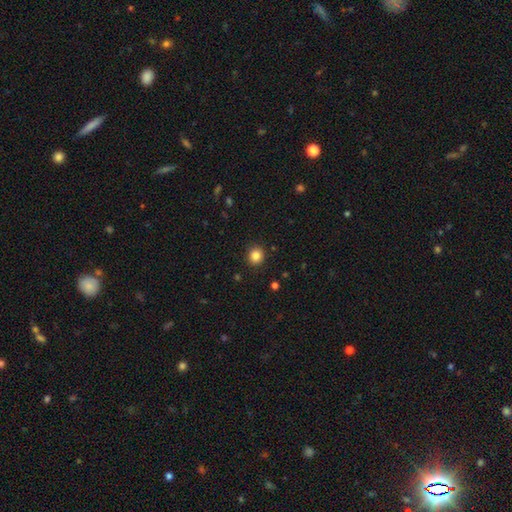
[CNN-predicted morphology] smooth-or-featured: smooth: 84% | star or artifact: 11% | featured or disk: 5%
  how-rounded: round: 90% | in between: 10% | cigar-shaped: 1%
  merging: none: 91% | minor disturbance: 6% | major disturbance: 2% | merger: 1%